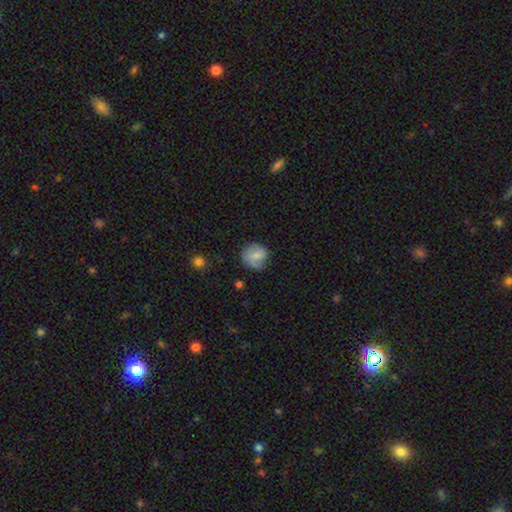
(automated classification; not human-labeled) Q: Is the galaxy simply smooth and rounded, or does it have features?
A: smooth — 63%.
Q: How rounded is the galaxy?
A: round — 80%.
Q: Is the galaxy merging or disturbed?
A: none — 63%.